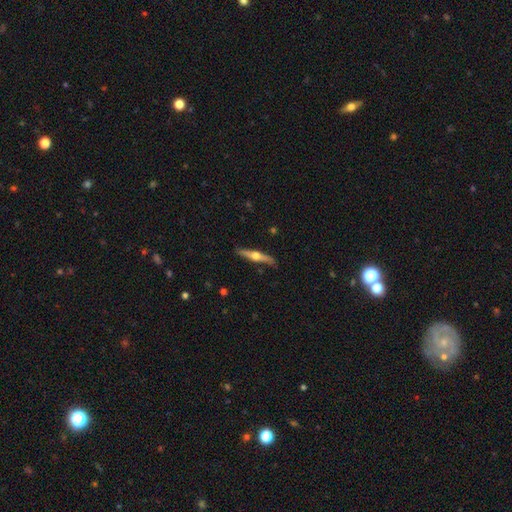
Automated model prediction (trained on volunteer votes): A featured or disk galaxy (70%) viewed edge-on (97%) with a rounded central bulge (95%).

Vote fractions:
- Smooth or featured? featured or disk: 70% / smooth: 25% / star or artifact: 5%
- Edge-on disk? yes: 97% / no: 3%
- Edge-on bulge? rounded: 95% / none: 3% / boxy: 2%
- Merging? none: 86% / minor disturbance: 11% / major disturbance: 2% / merger: 1%